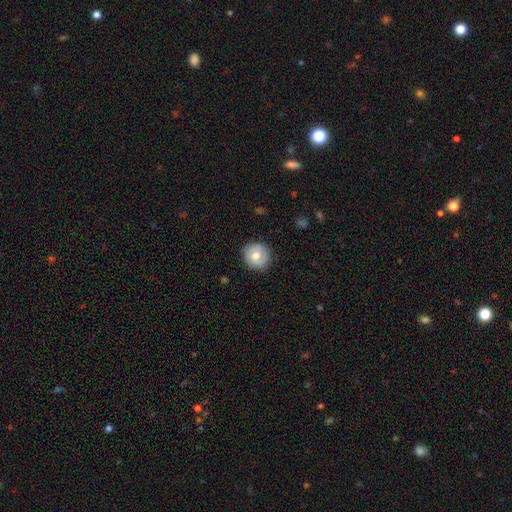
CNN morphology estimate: This appears to be a smooth galaxy with no disk features (68%) that is round (91%). Merging: none (85%).